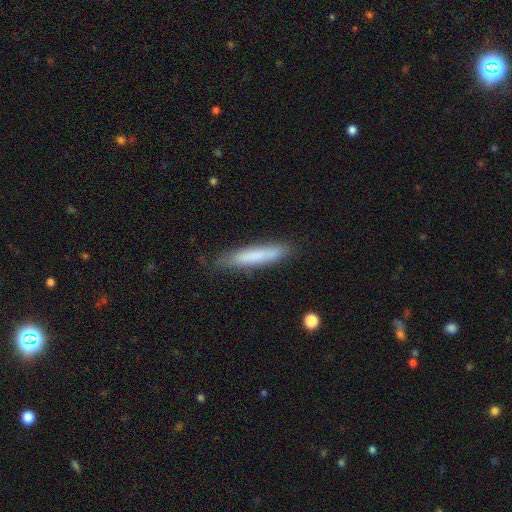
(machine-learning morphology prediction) The model was most divided on "smooth or featured": smooth: 75%, featured or disk: 19%, star or artifact: 7%. More confident: how rounded — cigar-shaped (90%); merging — none (81%).